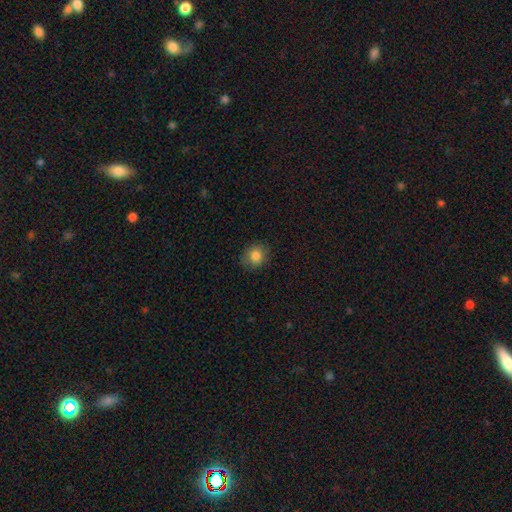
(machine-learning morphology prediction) Smooth or featured?
  - smooth: 82% *
  - star or artifact: 10%
  - featured or disk: 8%
How rounded?
  - round: 76% *
  - in between: 24%
  - cigar-shaped: 1%
Merging?
  - none: 83% *
  - minor disturbance: 13%
  - major disturbance: 3%
  - merger: 1%